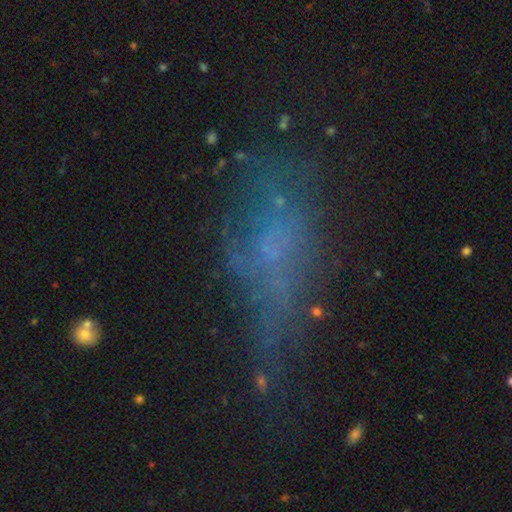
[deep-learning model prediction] Smooth or featured: featured or disk — 40% (smooth — 33%)
Merging: major disturbance — 35% (tied with none — 35%)